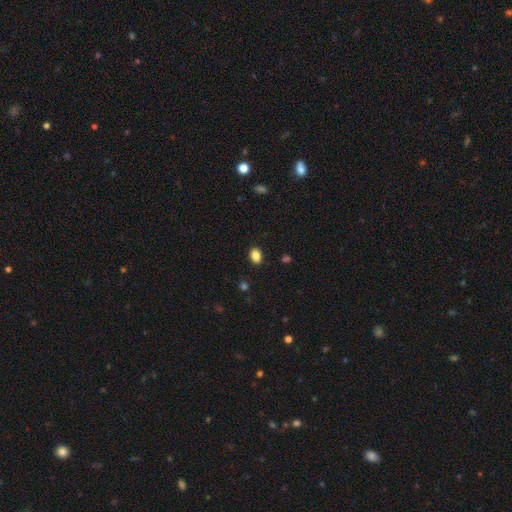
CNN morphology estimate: A smooth galaxy with no disk features (87%) that is in between round and cigar-shaped (81%).

Vote fractions:
- Smooth or featured? smooth: 87% / star or artifact: 9% / featured or disk: 4%
- How rounded? in between: 81% / round: 17% / cigar-shaped: 1%
- Merging? none: 88% / minor disturbance: 8% / major disturbance: 2% / merger: 1%